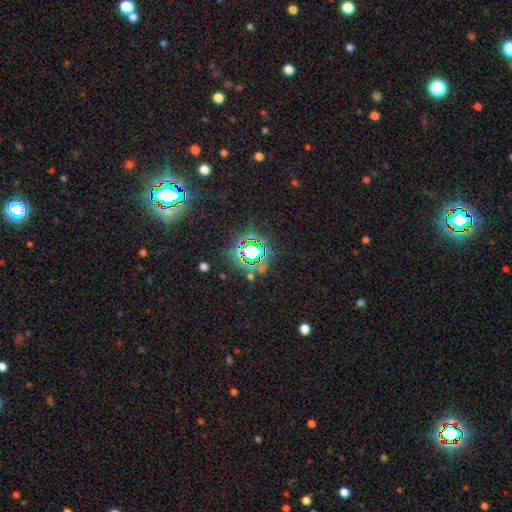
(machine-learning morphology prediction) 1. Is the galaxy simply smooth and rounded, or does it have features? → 75% star or artifact, 15% smooth, 10% featured or disk.